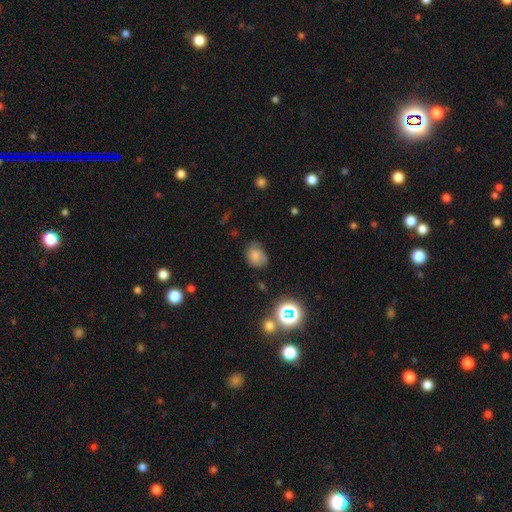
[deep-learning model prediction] Smooth or featured? Predicted: smooth (p=0.74). How rounded? Predicted: round (p=0.50). Merging? Predicted: none (p=0.57).